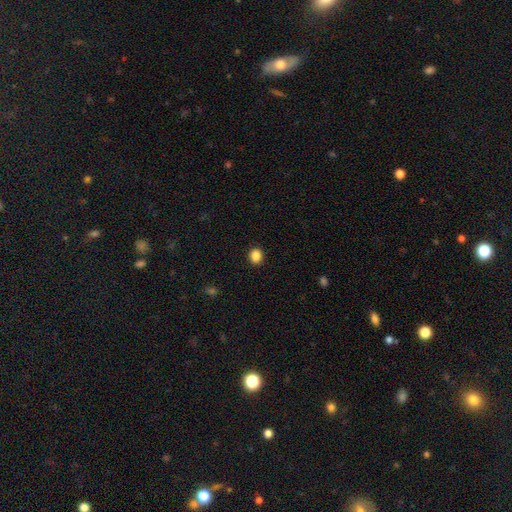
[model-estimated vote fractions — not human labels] smooth-or-featured: smooth: 86% | star or artifact: 10% | featured or disk: 3%
  how-rounded: round: 59% | in between: 40% | cigar-shaped: 1%
  merging: none: 91% | minor disturbance: 6% | major disturbance: 2% | merger: 1%